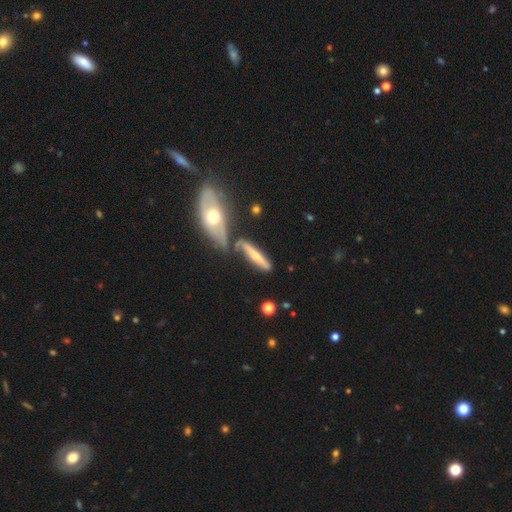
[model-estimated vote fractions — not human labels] Overall: smooth (47%; featured or disk 46%). Merging: none (58%; merger 20%).